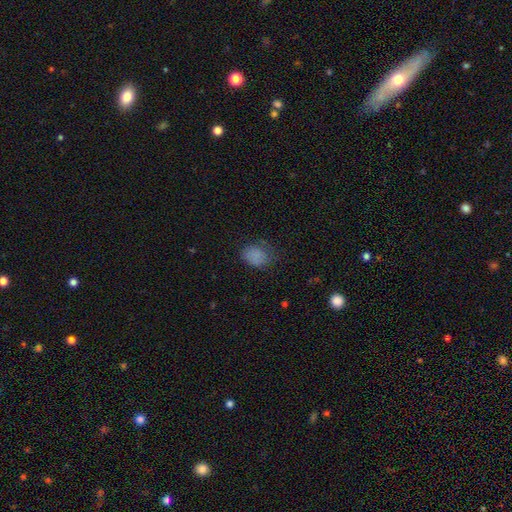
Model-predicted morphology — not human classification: The model was most divided on "merging": none: 57%, minor disturbance: 29%, major disturbance: 13%, merger: 2%. More confident: smooth or featured — smooth (81%); how rounded — in between (67%).